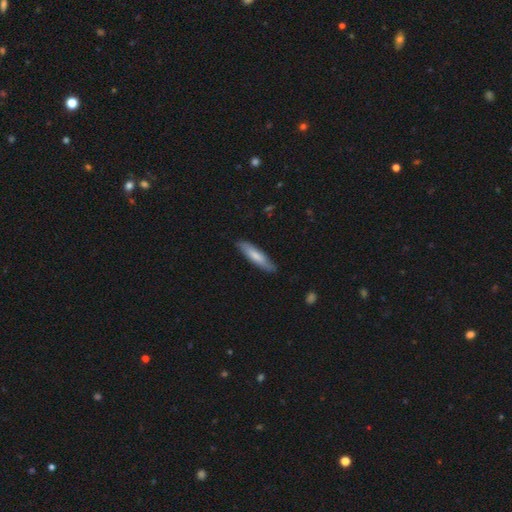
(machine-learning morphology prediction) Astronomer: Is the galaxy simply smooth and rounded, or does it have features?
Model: smooth — 72%.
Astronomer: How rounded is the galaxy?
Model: cigar-shaped — 77%.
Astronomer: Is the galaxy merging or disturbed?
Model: none — 85%.